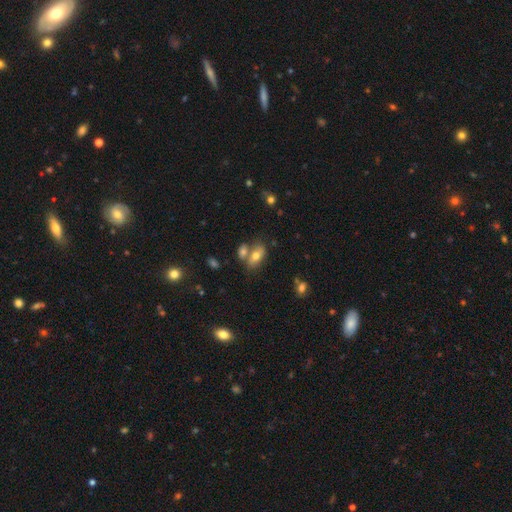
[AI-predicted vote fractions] The model was most divided on "merging": none: 47%, merger: 36%, minor disturbance: 12%, major disturbance: 5%. More confident: how rounded — in between (88%); smooth or featured — smooth (71%).